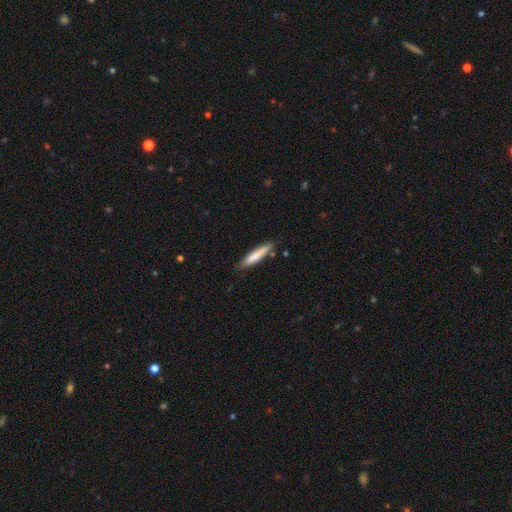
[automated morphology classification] The model was most divided on "smooth or featured": smooth: 76%, featured or disk: 19%, star or artifact: 6%. More confident: how rounded — cigar-shaped (88%); merging — none (79%).